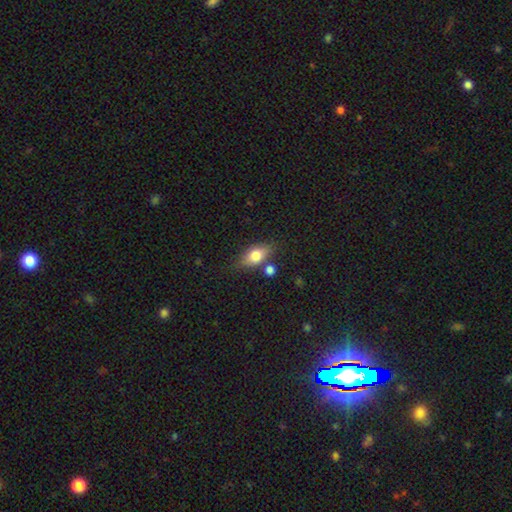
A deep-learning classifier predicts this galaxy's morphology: smooth-or-featured: smooth: 73% | featured or disk: 19% | star or artifact: 8%
  how-rounded: in between: 81% | round: 10% | cigar-shaped: 9%
  merging: none: 71% | minor disturbance: 16% | merger: 10% | major disturbance: 4%